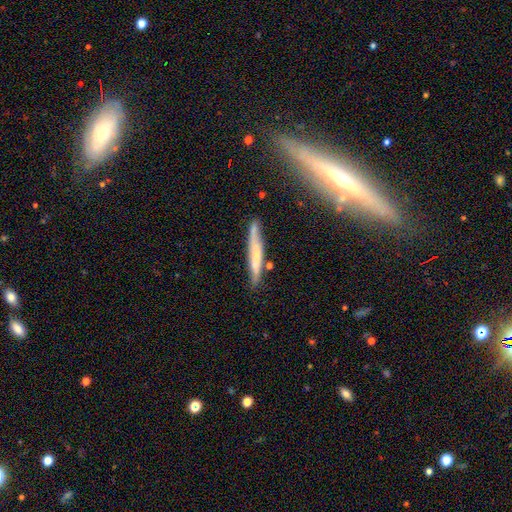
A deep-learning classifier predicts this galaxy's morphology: A featured or disk galaxy (52%) viewed edge-on (84%). Merging: none (76%).